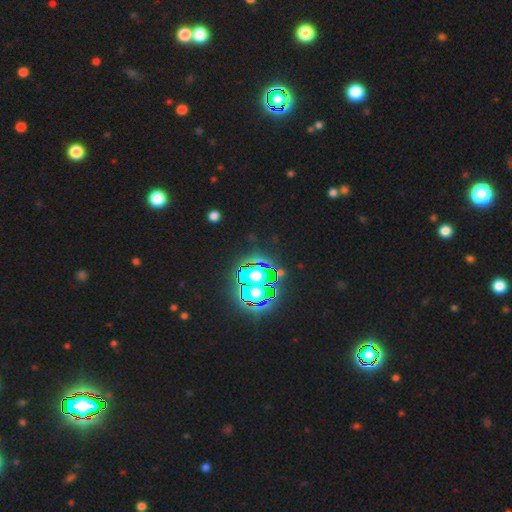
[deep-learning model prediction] This is likely a star or artifact rather than a galaxy (72%).